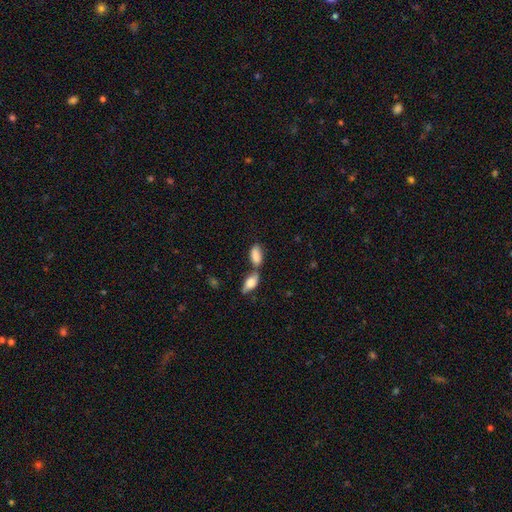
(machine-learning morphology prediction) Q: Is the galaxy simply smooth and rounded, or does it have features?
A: smooth — 84%.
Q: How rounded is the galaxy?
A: in between — 90%.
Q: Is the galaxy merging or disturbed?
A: merger — 49%.